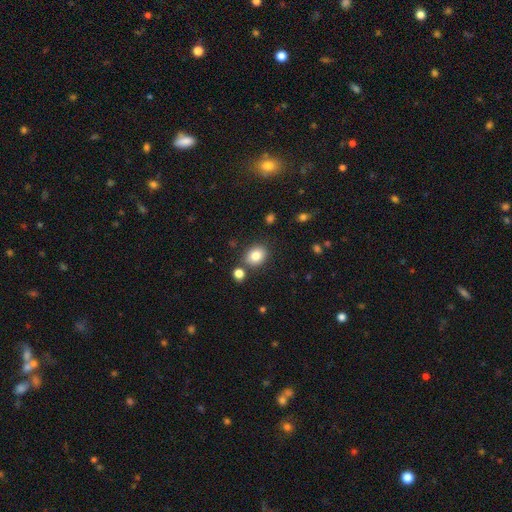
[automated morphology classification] smooth-or-featured: smooth: 83% | star or artifact: 9% | featured or disk: 7%
  how-rounded: in between: 56% | round: 43% | cigar-shaped: 1%
  merging: none: 79% | minor disturbance: 10% | merger: 8% | major disturbance: 3%